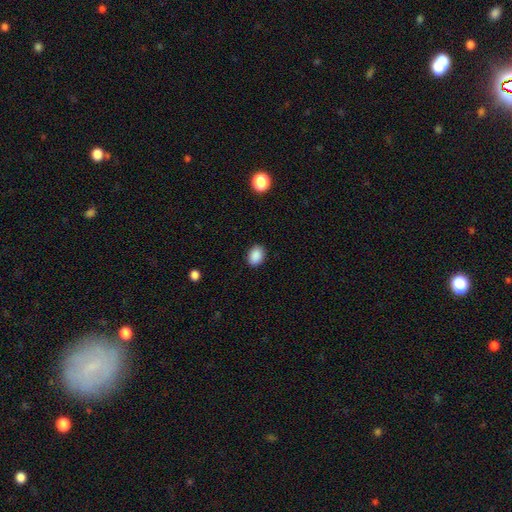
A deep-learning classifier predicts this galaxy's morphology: Smooth or featured: smooth — 89% (star or artifact — 8%)
How rounded: in between — 69% (round — 30%)
Merging: none — 89% (minor disturbance — 8%)